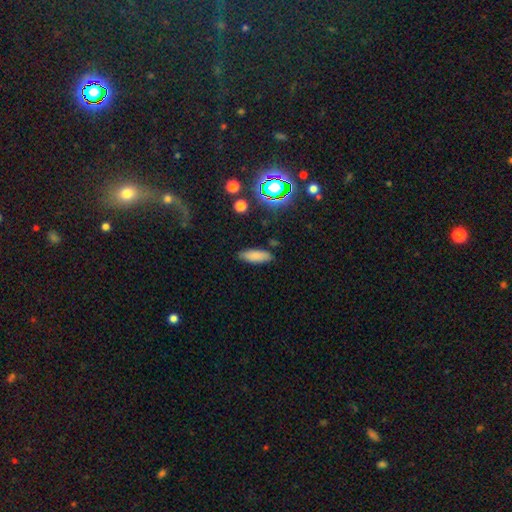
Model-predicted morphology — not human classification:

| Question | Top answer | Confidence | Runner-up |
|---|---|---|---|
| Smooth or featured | smooth | 81% | star or artifact (11%) |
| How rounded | in between | 63% | cigar-shaped (34%) |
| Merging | none | 86% | minor disturbance (10%) |